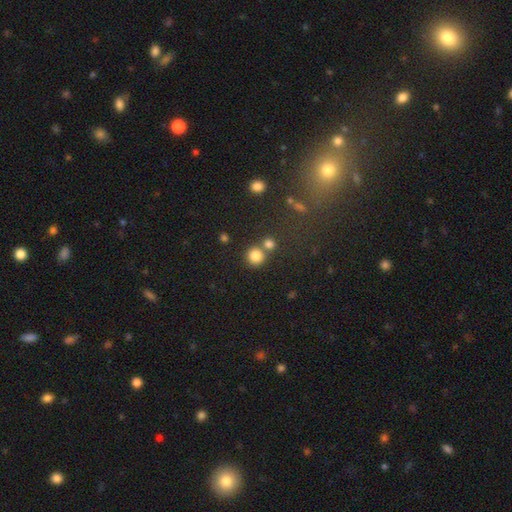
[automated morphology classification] Smooth or featured? smooth (81%)
How rounded? round (90%)
Merging? none (65%)